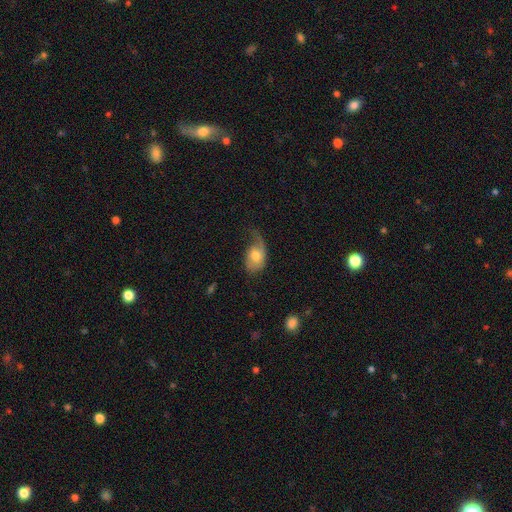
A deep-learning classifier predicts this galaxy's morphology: Smooth or featured?
  - smooth: 49% *
  - featured or disk: 45%
  - star or artifact: 7%
Merging?
  - major disturbance: 36% *
  - none: 31%
  - minor disturbance: 30%
  - merger: 2%